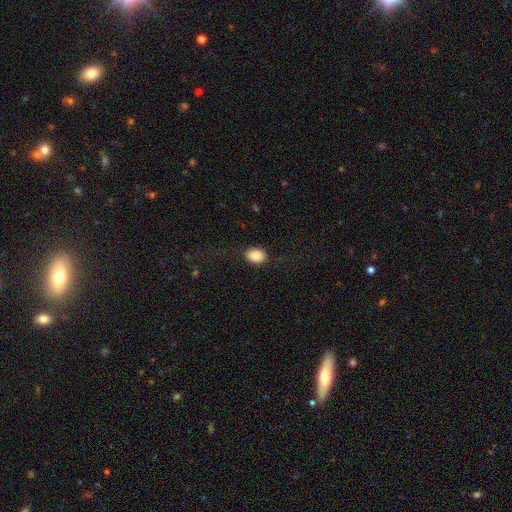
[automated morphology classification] Smooth or featured?
  - smooth: 86% *
  - star or artifact: 8%
  - featured or disk: 6%
How rounded?
  - in between: 60% *
  - round: 39%
  - cigar-shaped: 1%
Merging?
  - none: 82% *
  - minor disturbance: 11%
  - major disturbance: 6%
  - merger: 1%